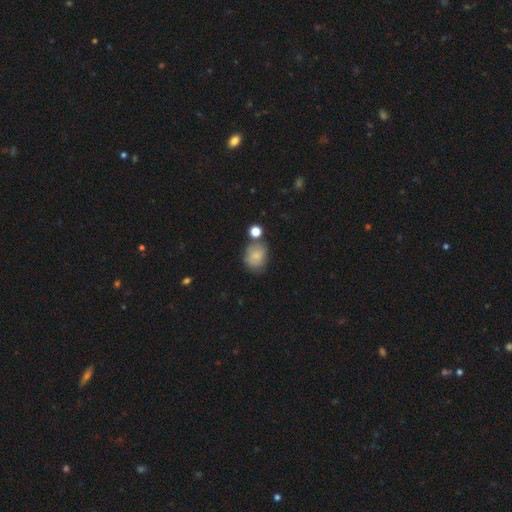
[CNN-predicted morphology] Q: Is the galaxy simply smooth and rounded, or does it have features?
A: smooth — 77%.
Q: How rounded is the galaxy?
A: round — 55%.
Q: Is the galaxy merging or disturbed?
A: none — 57%.